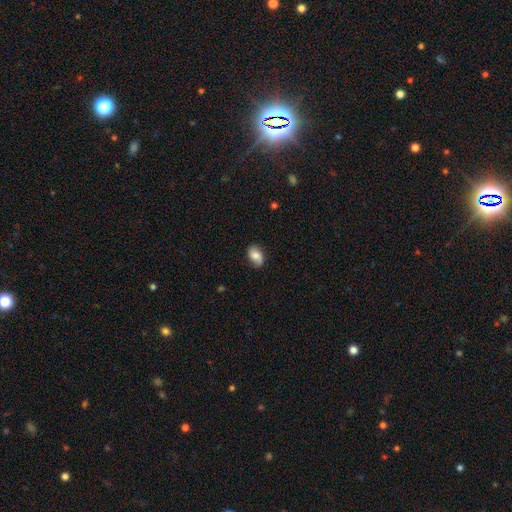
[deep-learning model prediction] This is likely a smooth galaxy (72%). How rounded: clearly in between (86%). Merging: likely none (74%).